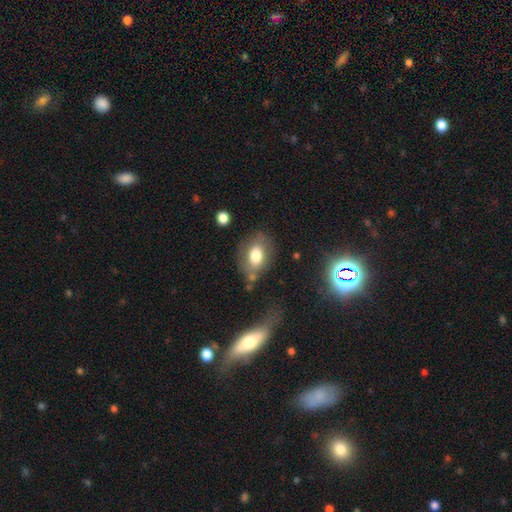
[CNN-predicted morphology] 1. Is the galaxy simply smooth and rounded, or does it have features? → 74% smooth, 17% featured or disk, 9% star or artifact.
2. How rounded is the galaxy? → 73% in between, 25% round, 1% cigar-shaped.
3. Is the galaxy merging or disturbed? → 64% none, 20% minor disturbance, 8% major disturbance, 8% merger.